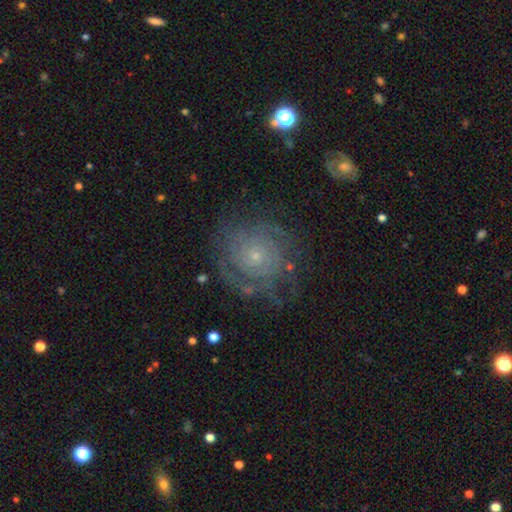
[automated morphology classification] smooth_or_featured: featured or disk (p=0.72) [alt: smooth p=0.18]
disk_edge_on: no (p=0.97) [alt: yes p=0.03]
bar: no (p=0.85) [alt: weak p=0.12]
has_spiral_arms: yes (p=0.85) [alt: no p=0.15]
spiral_winding: tight (p=0.72) [alt: medium p=0.21]
spiral_arm_count: can't tell (p=0.50) [alt: 2 p=0.13]
bulge_size: small (p=0.83) [alt: moderate p=0.12]
merging: none (p=0.70) [alt: minor disturbance p=0.17]